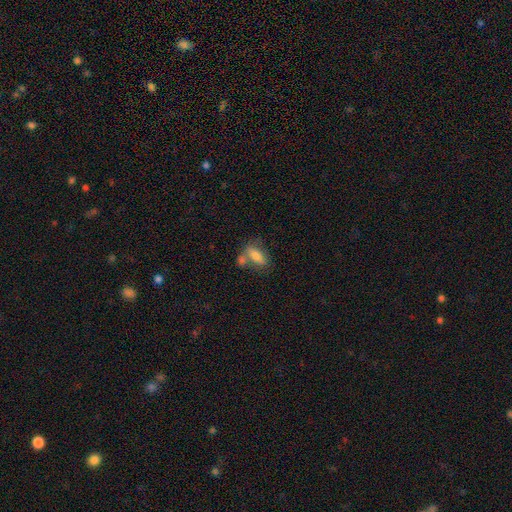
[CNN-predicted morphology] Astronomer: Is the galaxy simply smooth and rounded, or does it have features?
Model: smooth — 72%.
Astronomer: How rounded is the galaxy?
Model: in between — 76%.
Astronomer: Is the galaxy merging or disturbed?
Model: none — 48% (runner-up: merger, 30%).